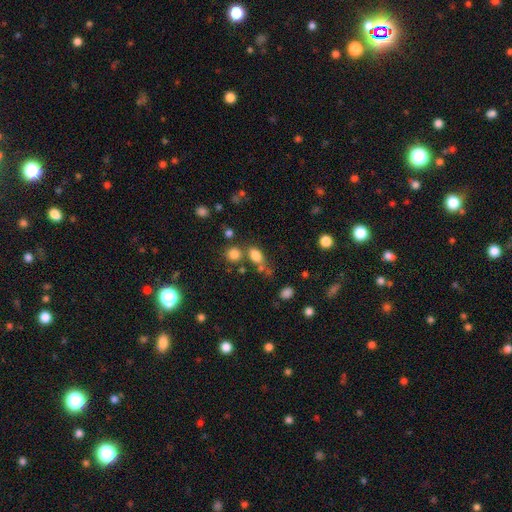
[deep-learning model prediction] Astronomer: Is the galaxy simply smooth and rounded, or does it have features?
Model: smooth — 79%.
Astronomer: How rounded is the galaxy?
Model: in between — 78%.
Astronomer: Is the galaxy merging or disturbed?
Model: none — 56%.